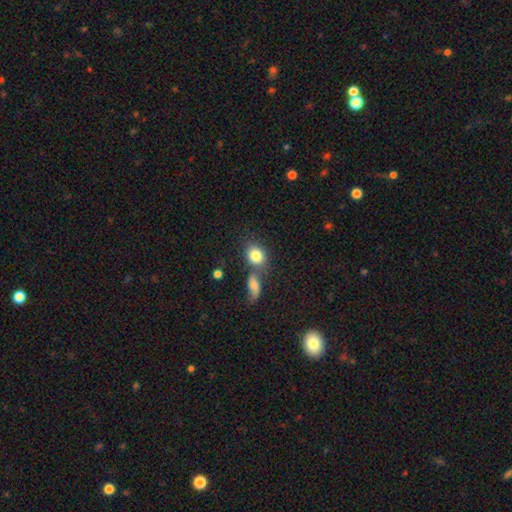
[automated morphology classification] smooth_or_featured: smooth (p=0.82) [alt: featured or disk p=0.09]
how_rounded: round (p=0.49) [tied with: in between p=0.49]
merging: none (p=0.50) [alt: merger p=0.32]